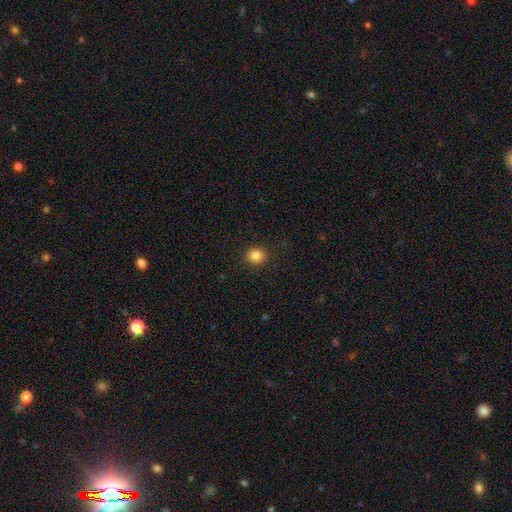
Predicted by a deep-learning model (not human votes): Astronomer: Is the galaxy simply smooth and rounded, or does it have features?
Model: smooth — 85%.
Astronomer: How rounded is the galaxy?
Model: round — 80%.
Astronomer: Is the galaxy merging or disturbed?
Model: none — 90%.